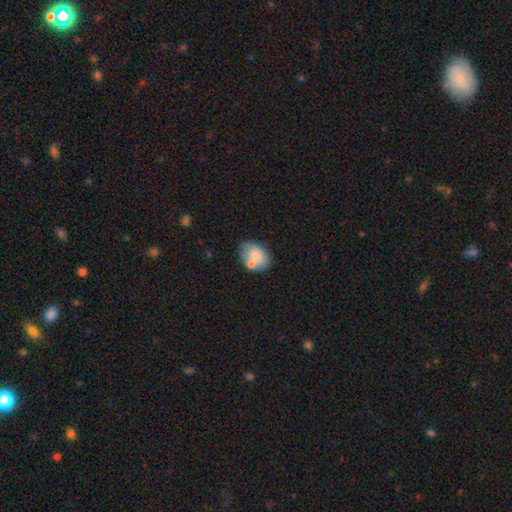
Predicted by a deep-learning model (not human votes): A smooth galaxy with no disk features (75%) that is in between round and cigar-shaped (76%). Merging: none (54%).